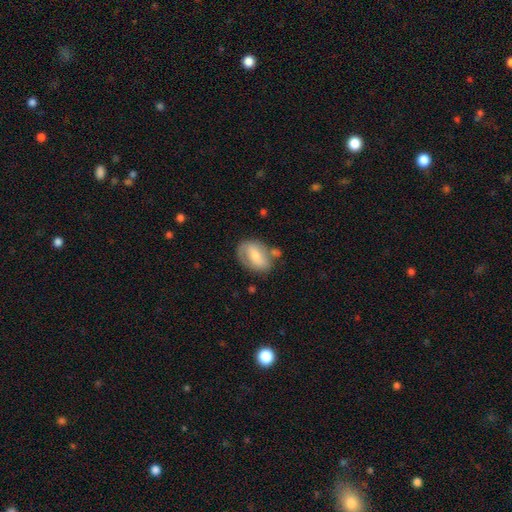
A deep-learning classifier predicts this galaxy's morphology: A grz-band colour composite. It shows a smooth galaxy with no disk features (49%). Merging: none (57%).